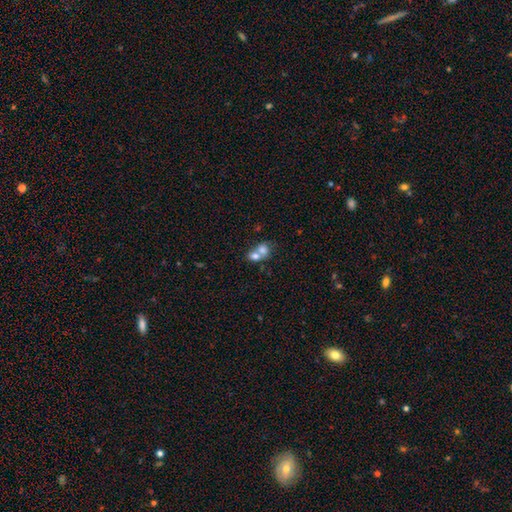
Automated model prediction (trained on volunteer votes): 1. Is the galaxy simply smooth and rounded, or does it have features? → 71% smooth, 19% featured or disk, 10% star or artifact.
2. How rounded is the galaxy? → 56% round, 42% in between, 1% cigar-shaped.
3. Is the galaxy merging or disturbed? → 73% merger, 18% none, 5% minor disturbance, 3% major disturbance.